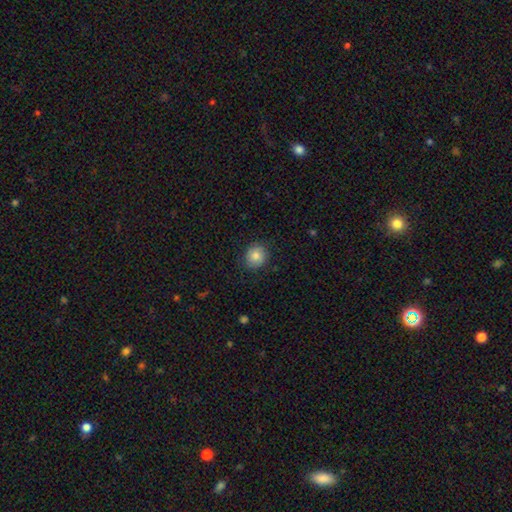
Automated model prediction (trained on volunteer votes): Smooth or featured: smooth — 82% (star or artifact — 9%)
How rounded: round — 79% (in between — 20%)
Merging: none — 85% (minor disturbance — 11%)